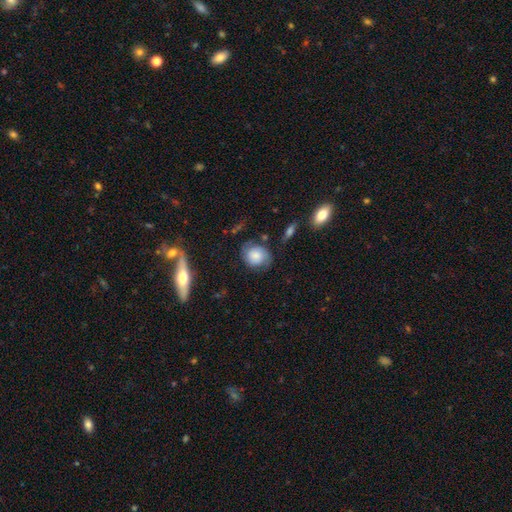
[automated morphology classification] Smooth or featured? Predicted: smooth (p=0.53). How rounded? Predicted: round (p=0.63). Merging? Predicted: none (p=0.65).